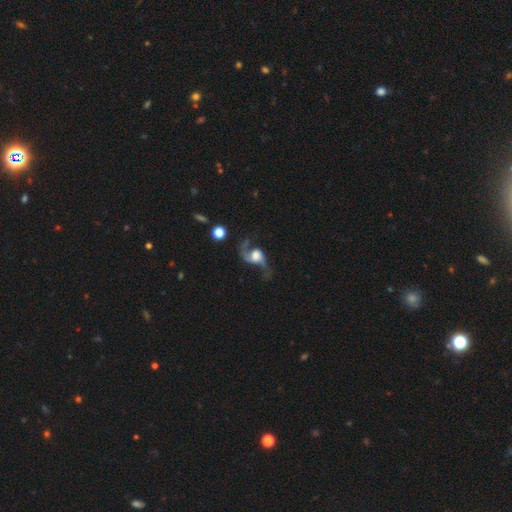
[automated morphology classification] Smooth or featured?
  - featured or disk: 80% *
  - smooth: 13%
  - star or artifact: 7%
Edge-on disk?
  - no: 96% *
  - yes: 4%
Bar?
  - no: 62% *
  - weak: 30%
  - strong: 8%
Spiral arms?
  - yes: 94% *
  - no: 6%
Spiral winding?
  - loose: 83% *
  - medium: 14%
  - tight: 3%
Spiral arm count?
  - 2: 87% *
  - 1: 8%
  - can't tell: 2%
  - 3: 1%
  - 4: 1%
  - more than 4: 1%
Bulge size?
  - large: 45% *
  - moderate: 27%
  - dominant: 13%
  - small: 8%
  - none: 7%
Merging?
  - none: 50% *
  - major disturbance: 27%
  - minor disturbance: 17%
  - merger: 6%